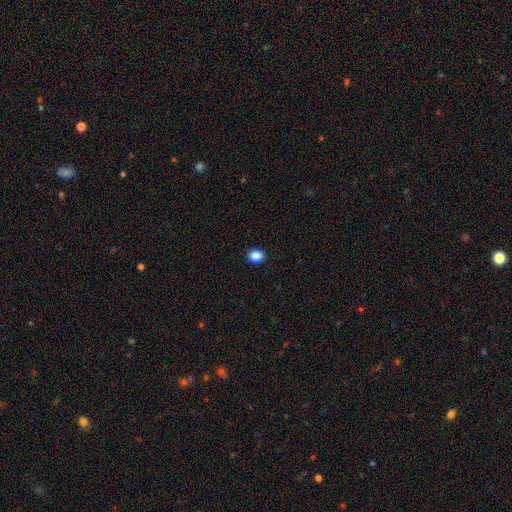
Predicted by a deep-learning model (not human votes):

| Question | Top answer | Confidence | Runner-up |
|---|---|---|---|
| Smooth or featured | smooth | 88% | star or artifact (9%) |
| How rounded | round | 55% | in between (44%) |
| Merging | none | 91% | minor disturbance (6%) |